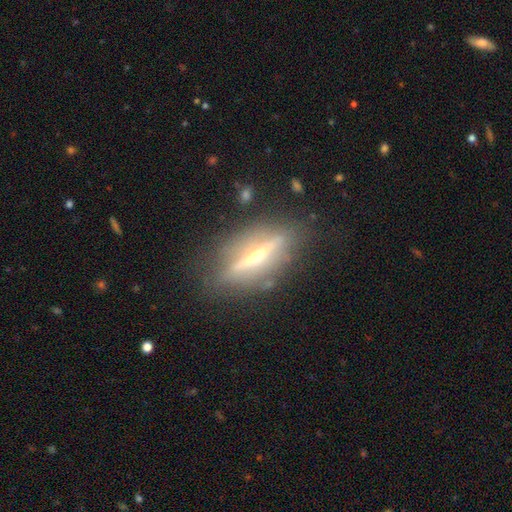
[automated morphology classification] Smooth or featured? featured or disk (80%)
Edge-on disk? yes (92%)
Edge-on bulge? rounded (91%)
Merging? none (81%)